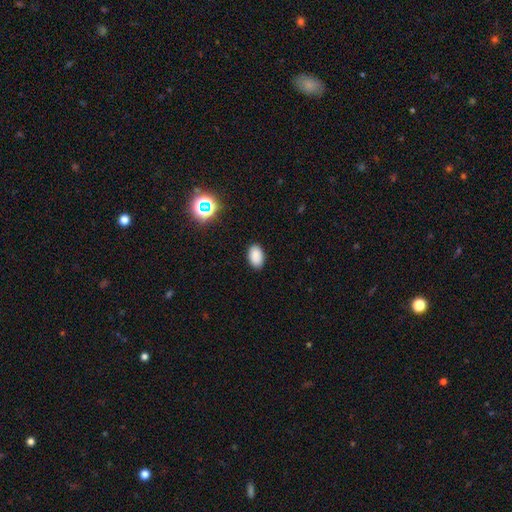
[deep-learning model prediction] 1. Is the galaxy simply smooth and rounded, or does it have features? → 85% smooth, 11% star or artifact, 4% featured or disk.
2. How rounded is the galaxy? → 92% in between, 7% round, 1% cigar-shaped.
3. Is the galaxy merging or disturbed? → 88% none, 9% minor disturbance, 2% major disturbance, 1% merger.